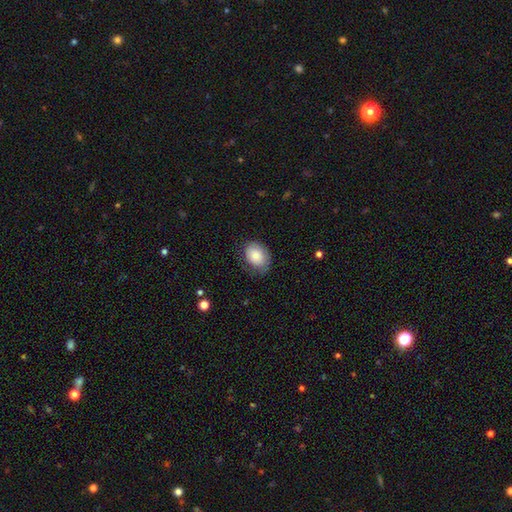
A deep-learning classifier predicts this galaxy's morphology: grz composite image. It shows a smooth galaxy with no disk features (80%) that is in between round and cigar-shaped (66%). Merging: none (63%).